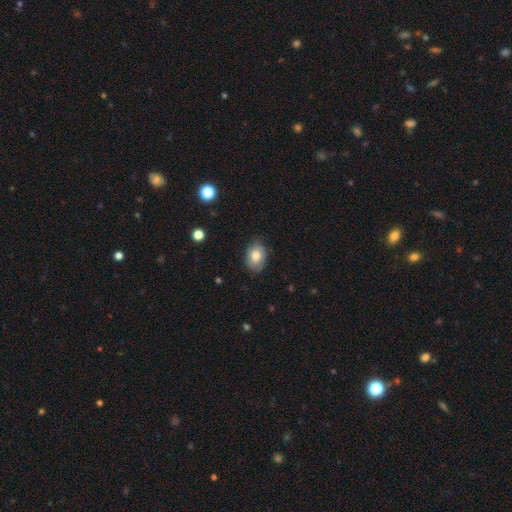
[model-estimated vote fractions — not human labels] Overall: smooth (79%). How rounded: in between (80%). Merging: none (80%).